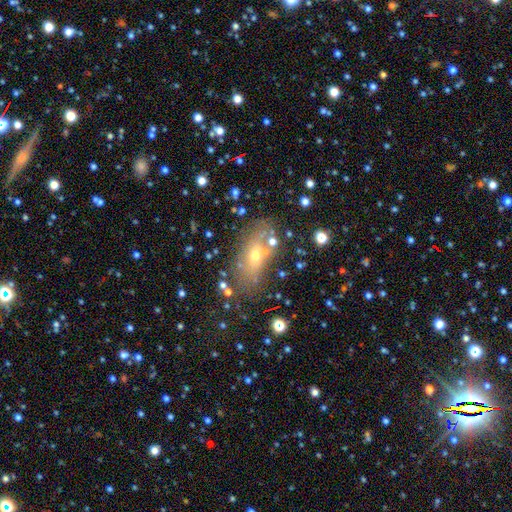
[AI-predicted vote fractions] This is possibly a smooth galaxy (47%). Merging: likely none (70%).